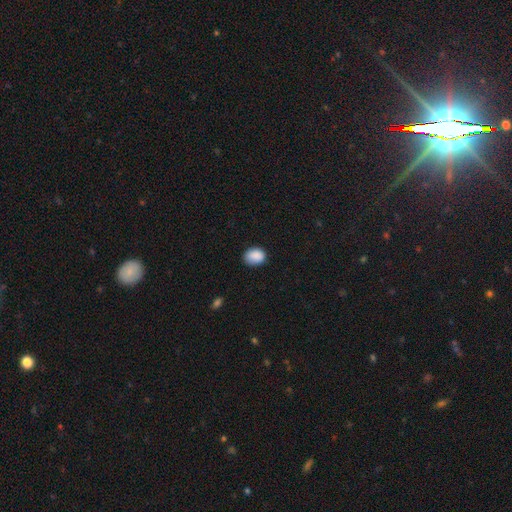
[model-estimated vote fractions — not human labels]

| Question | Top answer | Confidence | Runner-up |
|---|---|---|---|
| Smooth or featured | smooth | 89% | star or artifact (8%) |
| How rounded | in between | 62% | round (37%) |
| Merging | none | 79% | minor disturbance (17%) |